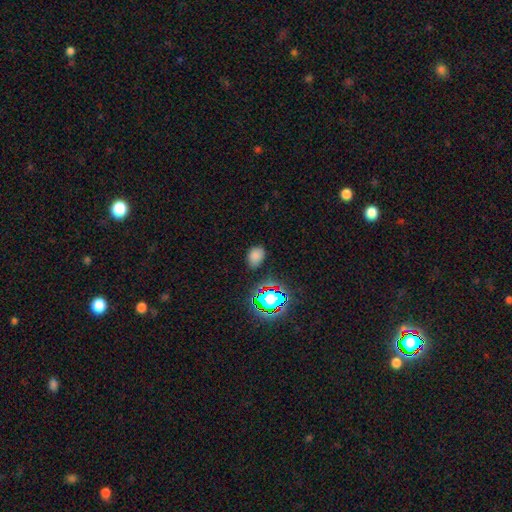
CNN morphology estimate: Smooth or featured?
  - smooth: 72% *
  - star or artifact: 22%
  - featured or disk: 7%
How rounded?
  - in between: 78% *
  - round: 21%
  - cigar-shaped: 1%
Merging?
  - none: 78% *
  - minor disturbance: 15%
  - major disturbance: 4%
  - merger: 2%